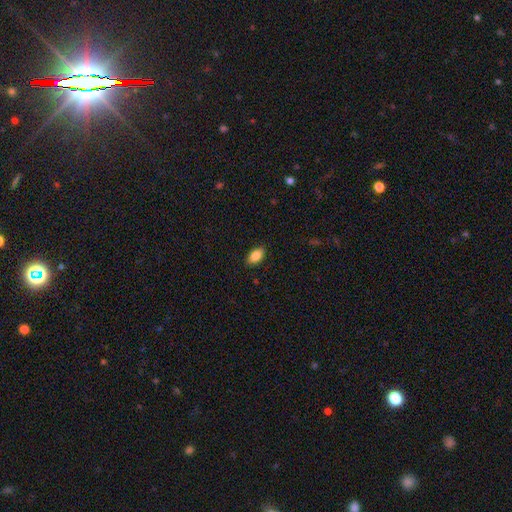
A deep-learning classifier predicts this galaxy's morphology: smooth_or_featured: smooth (p=0.85) [alt: star or artifact p=0.07]
how_rounded: in between (p=0.90) [alt: cigar-shaped p=0.05]
merging: none (p=0.88) [alt: minor disturbance p=0.09]